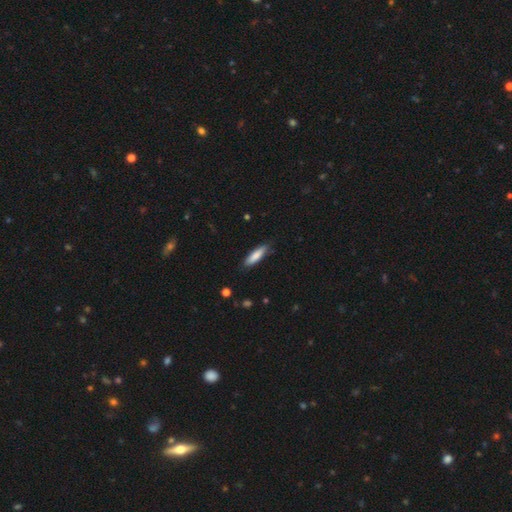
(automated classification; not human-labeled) Smooth or featured: smooth — 81% (featured or disk — 13%)
How rounded: cigar-shaped — 67% (in between — 32%)
Merging: none — 84% (minor disturbance — 12%)